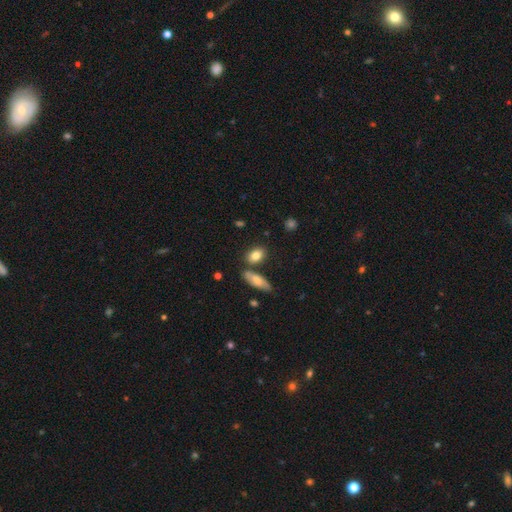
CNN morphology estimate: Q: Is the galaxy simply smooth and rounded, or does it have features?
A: smooth — 81%.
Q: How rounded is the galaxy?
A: in between — 80%.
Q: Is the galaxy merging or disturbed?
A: none — 71%.